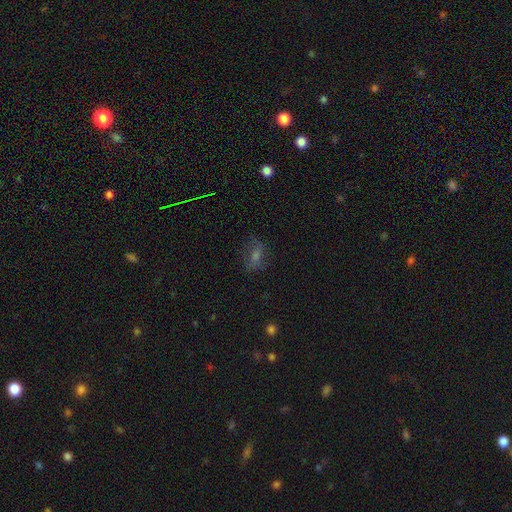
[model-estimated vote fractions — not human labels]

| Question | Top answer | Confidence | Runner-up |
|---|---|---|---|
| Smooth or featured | smooth | 40% | featured or disk (31%) |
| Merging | none | 70% | minor disturbance (18%) |